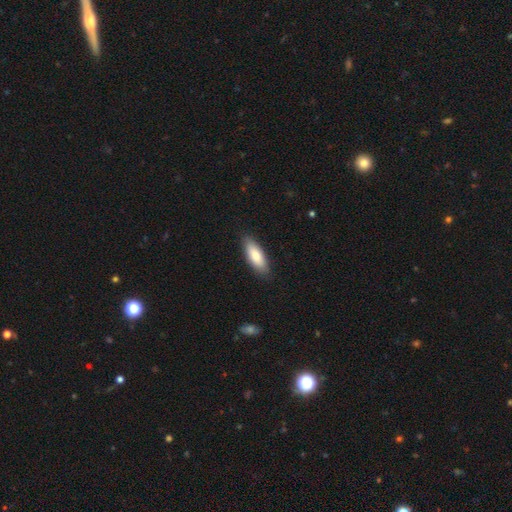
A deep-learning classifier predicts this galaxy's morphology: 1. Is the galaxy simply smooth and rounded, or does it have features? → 81% smooth, 14% featured or disk, 6% star or artifact.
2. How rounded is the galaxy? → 67% in between, 31% cigar-shaped, 2% round.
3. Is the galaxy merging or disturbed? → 87% none, 10% minor disturbance, 2% major disturbance, 1% merger.